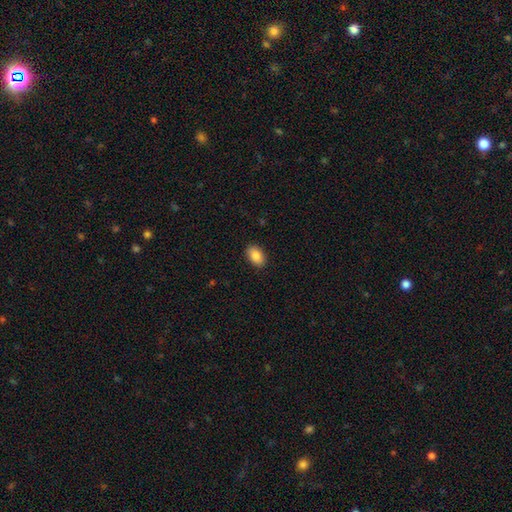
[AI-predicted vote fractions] Smooth or featured? smooth (88%)
How rounded? in between (89%)
Merging? none (89%)